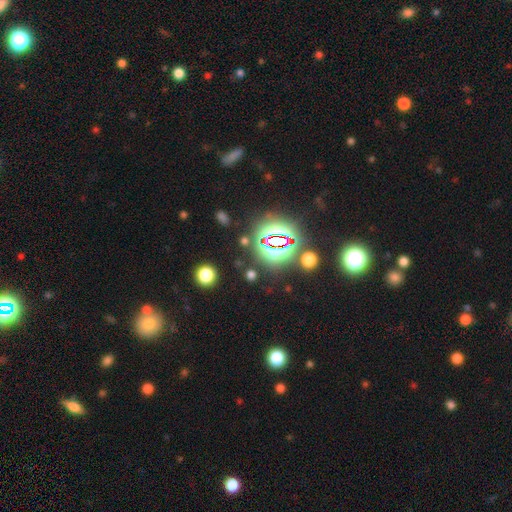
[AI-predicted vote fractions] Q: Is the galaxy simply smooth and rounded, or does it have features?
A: star or artifact — 78%.